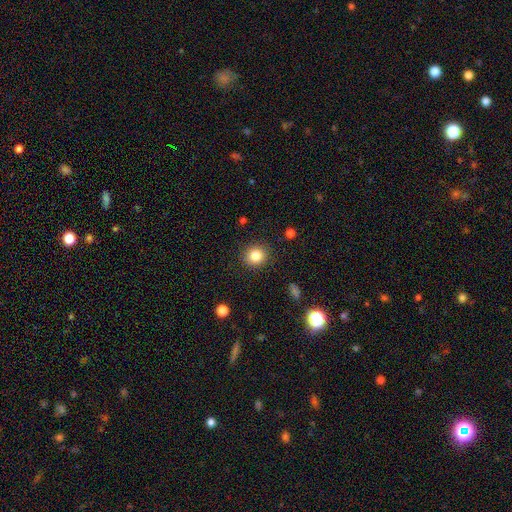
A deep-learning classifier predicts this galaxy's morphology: smooth-or-featured: smooth: 84% | star or artifact: 11% | featured or disk: 6%
  how-rounded: round: 85% | in between: 14% | cigar-shaped: 1%
  merging: none: 90% | minor disturbance: 7% | major disturbance: 2% | merger: 1%